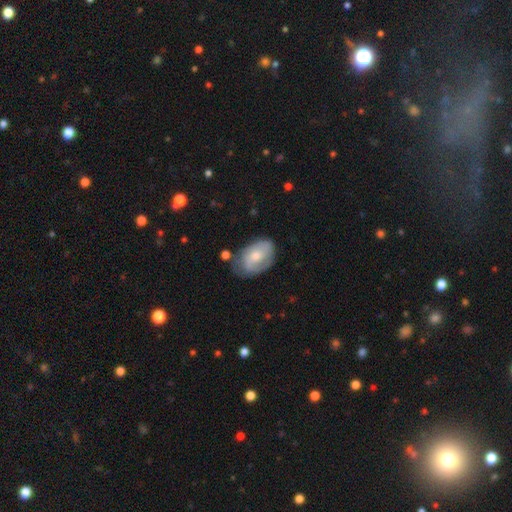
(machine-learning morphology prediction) Smooth or featured? featured or disk (56%)
Edge-on disk? no (96%)
Bar? no (64%)
Spiral arms? yes (79%)
Bulge size? moderate (52%)
Merging? none (58%)